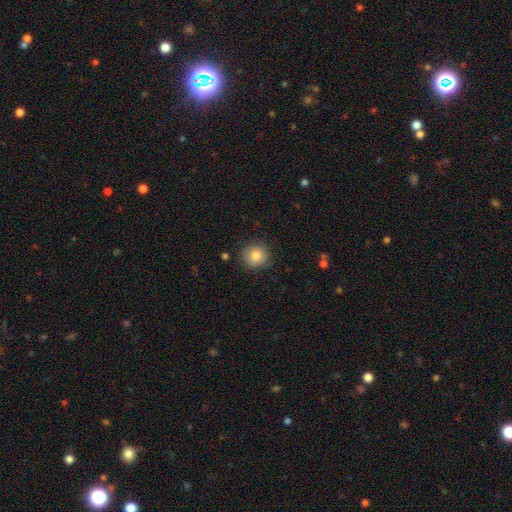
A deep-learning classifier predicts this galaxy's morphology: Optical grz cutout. It shows a smooth galaxy with no disk features (83%) that is round (90%). Merging: none (87%).